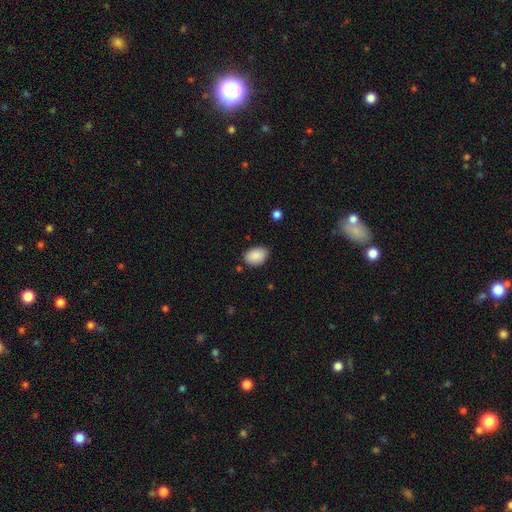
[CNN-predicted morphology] This appears to be a smooth galaxy with no disk features (89%) that is in between round and cigar-shaped (83%). Merging: none (80%).